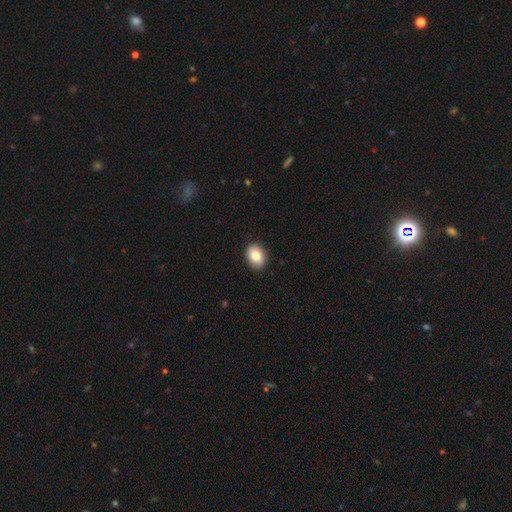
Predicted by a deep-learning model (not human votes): Smooth or featured? smooth (87%)
How rounded? in between (72%)
Merging? none (86%)